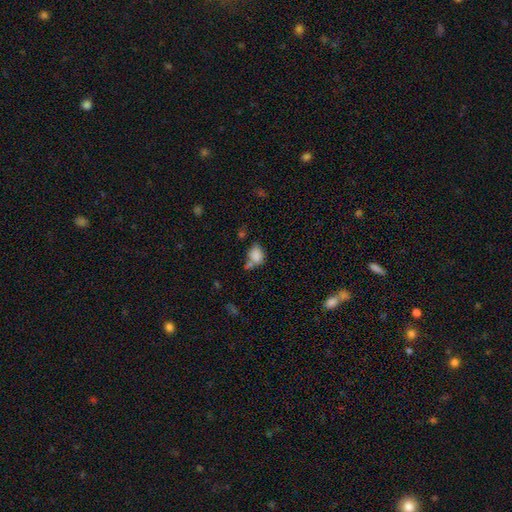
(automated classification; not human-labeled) Smooth or featured? Predicted: smooth (p=0.83). How rounded? Predicted: in between (p=0.69). Merging? Predicted: none (p=0.44).